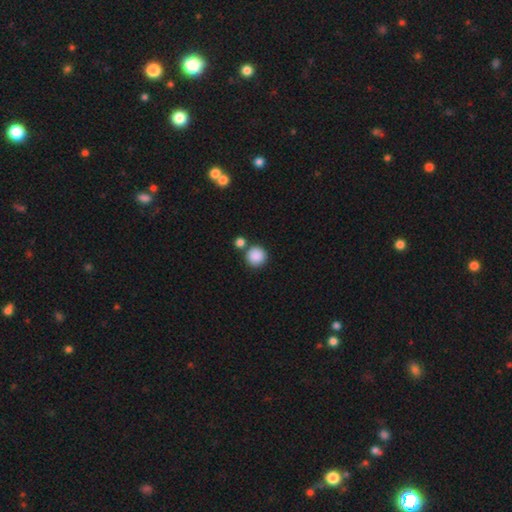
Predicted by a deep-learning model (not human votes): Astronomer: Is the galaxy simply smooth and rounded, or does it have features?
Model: smooth — 88%.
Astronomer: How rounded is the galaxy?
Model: round — 94%.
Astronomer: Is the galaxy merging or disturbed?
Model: none — 73%.